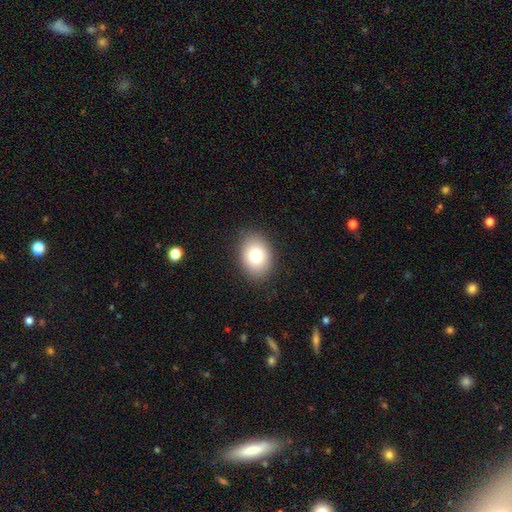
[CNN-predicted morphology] Smooth or featured: smooth — 82% (featured or disk — 9%)
How rounded: in between — 70% (round — 29%)
Merging: none — 87% (minor disturbance — 9%)